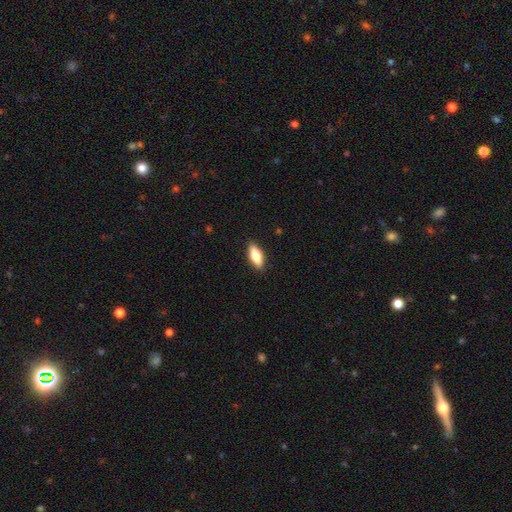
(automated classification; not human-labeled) Q: Smooth or featured?
A: smooth (72%); runner-up: featured or disk (21%)
Q: How rounded?
A: in between (75%); runner-up: cigar-shaped (23%)
Q: Merging?
A: none (89%); runner-up: minor disturbance (8%)